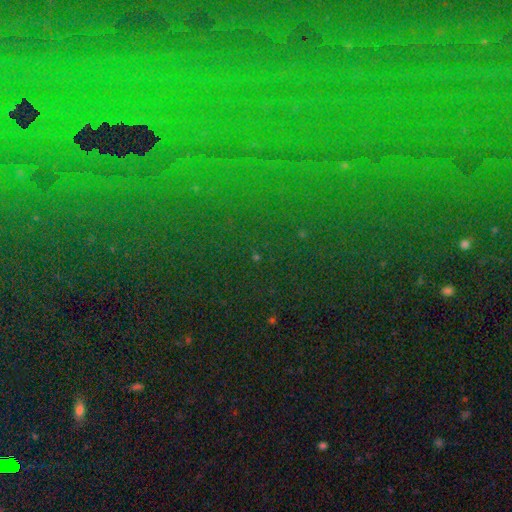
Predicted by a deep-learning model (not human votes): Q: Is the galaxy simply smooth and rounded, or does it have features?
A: star or artifact — 78%.